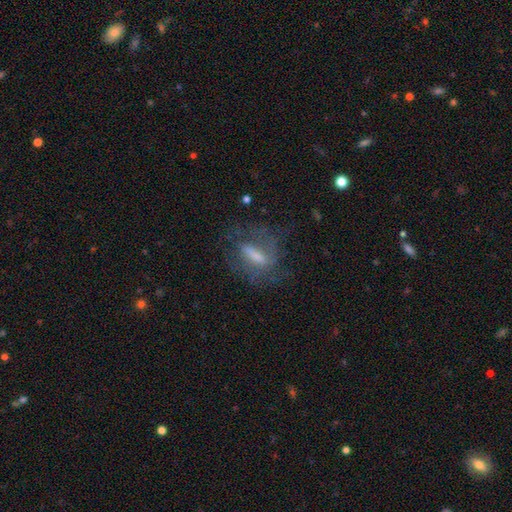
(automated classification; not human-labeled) The model was most divided on "smooth or featured": featured or disk: 58%, smooth: 31%, star or artifact: 11%. More confident: edge-on disk — no (83%); merging — none (56%).